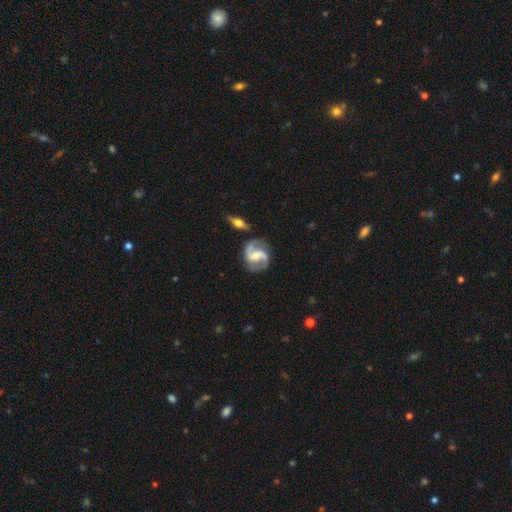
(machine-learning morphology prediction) featured or disk 90%, smooth 6%, star or artifact 4%. Down the decision tree: edge-on disk — no (98%); bar — weak (47%); spiral arms — yes (98%); spiral arm count — 2 (93%); spiral winding — medium (57%); bulge size — moderate (49%); merging — none (78%).